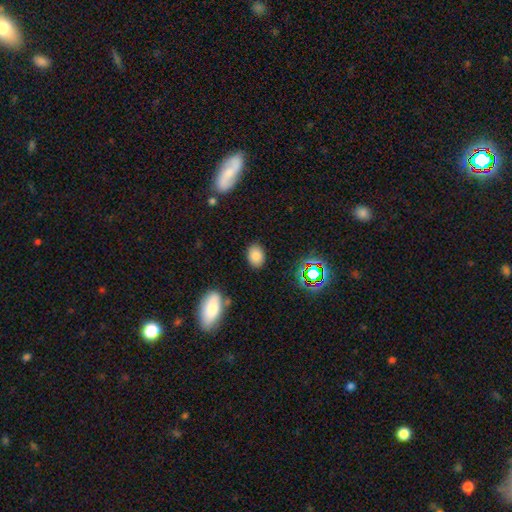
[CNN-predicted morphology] Smooth or featured? smooth (81%)
How rounded? in between (71%)
Merging? none (86%)